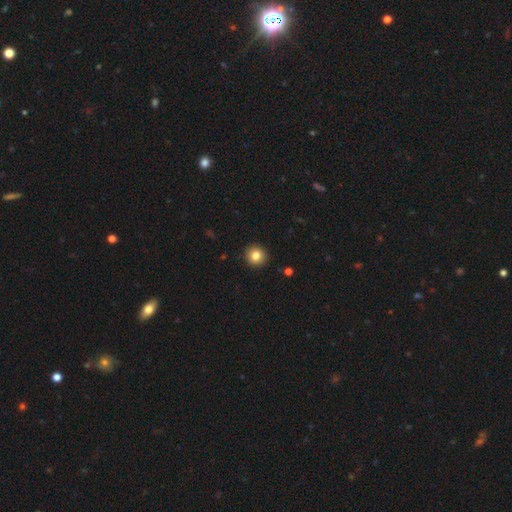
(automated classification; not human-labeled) This is clearly a smooth galaxy (83%). How rounded: clearly round (94%). Merging: clearly none (93%).